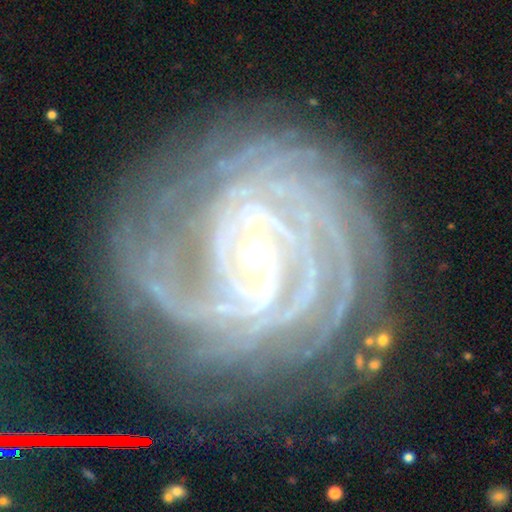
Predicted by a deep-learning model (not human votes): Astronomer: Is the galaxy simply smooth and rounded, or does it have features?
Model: featured or disk — 91%.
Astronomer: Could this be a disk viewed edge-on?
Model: no — 97%.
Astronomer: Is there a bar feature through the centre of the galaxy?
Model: strong — 49% (runner-up: weak, 37%).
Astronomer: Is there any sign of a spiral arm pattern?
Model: yes — 98%.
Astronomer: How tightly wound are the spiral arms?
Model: tight — 82%.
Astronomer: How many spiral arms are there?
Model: more than 4 — 25% (runner-up: 4, 23%).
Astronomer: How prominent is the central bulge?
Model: moderate — 58% (runner-up: small, 37%).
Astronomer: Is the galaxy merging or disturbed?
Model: none — 75%.